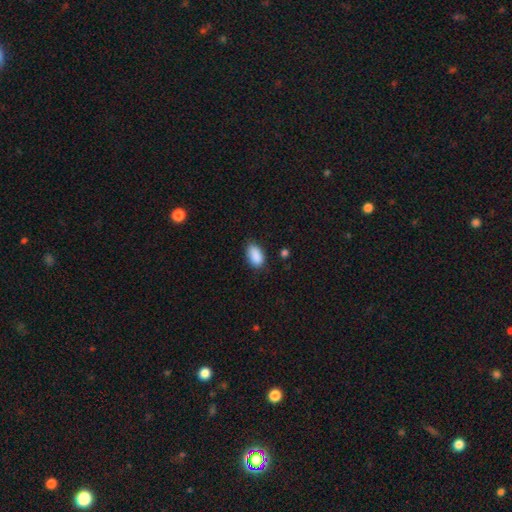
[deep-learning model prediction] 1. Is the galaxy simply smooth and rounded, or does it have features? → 89% smooth, 7% star or artifact, 3% featured or disk.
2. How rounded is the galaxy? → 92% in between, 6% round, 2% cigar-shaped.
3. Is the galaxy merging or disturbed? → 79% none, 17% minor disturbance, 3% major disturbance, 1% merger.